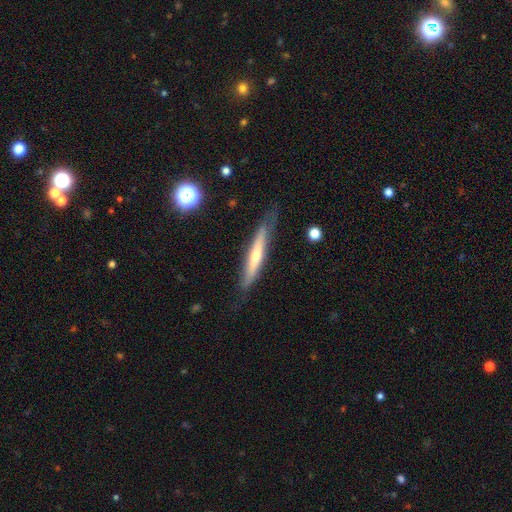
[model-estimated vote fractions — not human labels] Smooth or featured? featured or disk (57%)
Edge-on disk? yes (89%)
Edge-on bulge? rounded (70%)
Merging? none (76%)